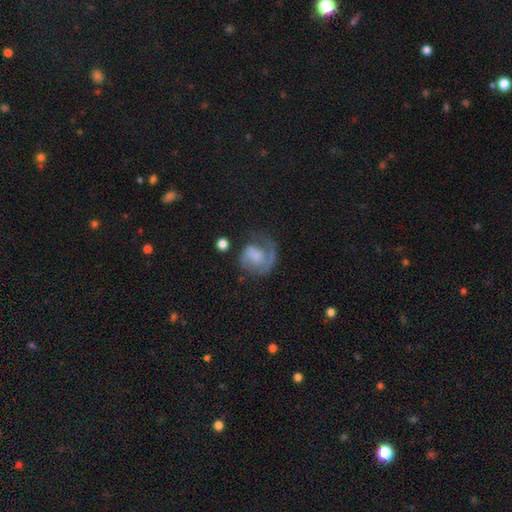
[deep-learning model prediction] Smooth or featured? Predicted: featured or disk (p=0.63). Edge-on disk? Predicted: no (p=0.98). Bar? Predicted: no (p=0.63). Spiral arms? Predicted: yes (p=0.85). Spiral winding? Predicted: medium (p=0.41). Spiral arm count? Predicted: 1 (p=0.66). Bulge size? Predicted: none (p=0.46). Merging? Predicted: none (p=0.41).